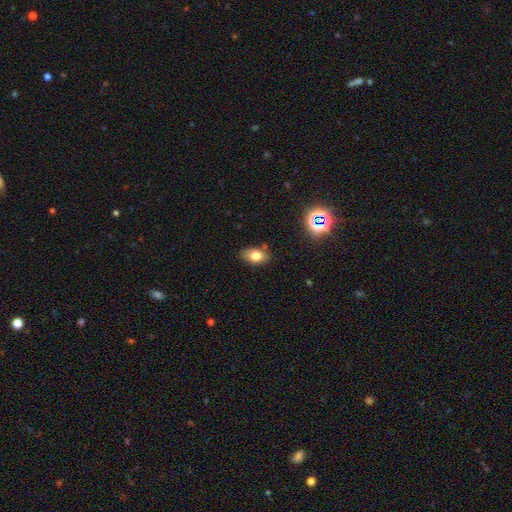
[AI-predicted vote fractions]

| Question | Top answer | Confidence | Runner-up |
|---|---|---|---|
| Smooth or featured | smooth | 76% | featured or disk (12%) |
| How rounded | in between | 87% | round (11%) |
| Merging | none | 81% | minor disturbance (13%) |